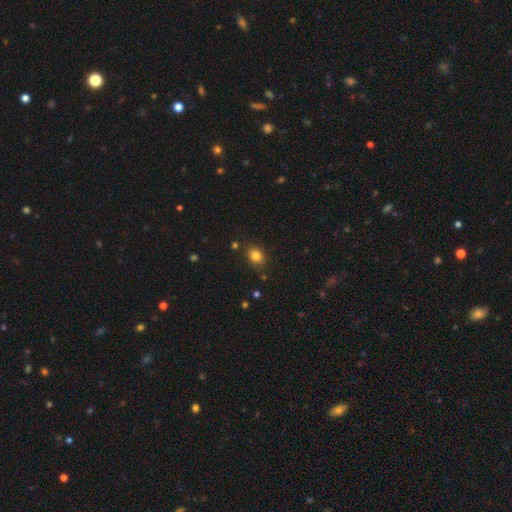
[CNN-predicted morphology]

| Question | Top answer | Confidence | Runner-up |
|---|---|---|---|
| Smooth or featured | smooth | 81% | star or artifact (12%) |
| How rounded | in between | 57% | round (41%) |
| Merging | none | 81% | minor disturbance (12%) |